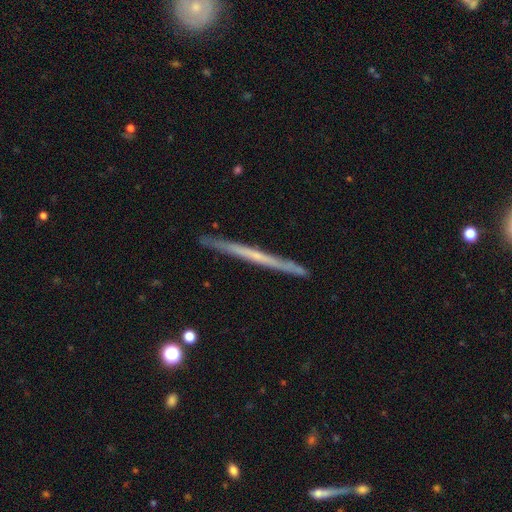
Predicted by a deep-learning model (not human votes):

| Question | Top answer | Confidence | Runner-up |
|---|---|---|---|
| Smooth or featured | featured or disk | 63% | smooth (31%) |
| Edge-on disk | yes | 97% | no (3%) |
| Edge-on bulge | none | 82% | rounded (14%) |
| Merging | none | 90% | minor disturbance (7%) |